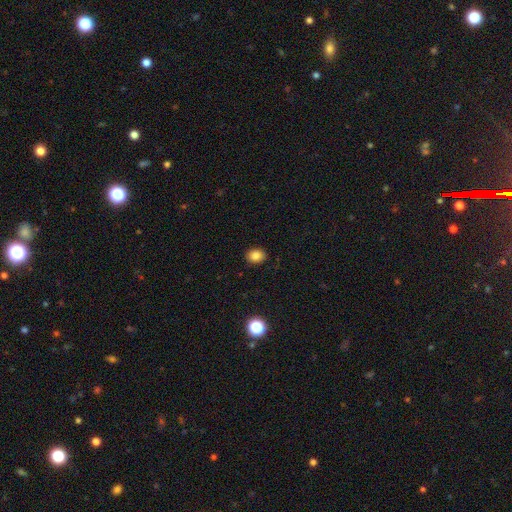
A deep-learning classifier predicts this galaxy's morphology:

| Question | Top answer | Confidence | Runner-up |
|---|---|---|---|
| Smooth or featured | smooth | 84% | star or artifact (11%) |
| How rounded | round | 51% | in between (49%) |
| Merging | none | 90% | minor disturbance (7%) |